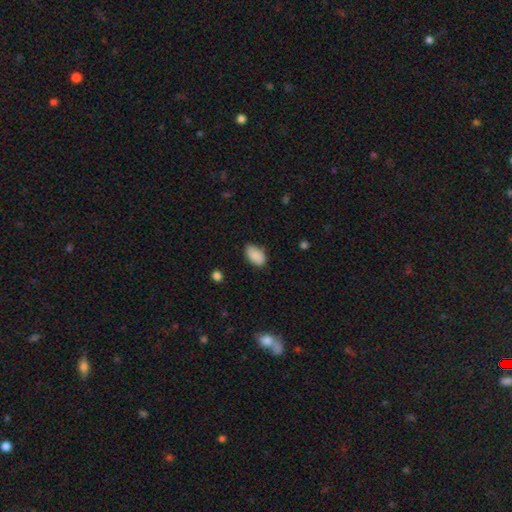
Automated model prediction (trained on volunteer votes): The model was most divided on "merging": none: 78%, minor disturbance: 17%, major disturbance: 3%, merger: 1%. More confident: how rounded — in between (93%); smooth or featured — smooth (89%).